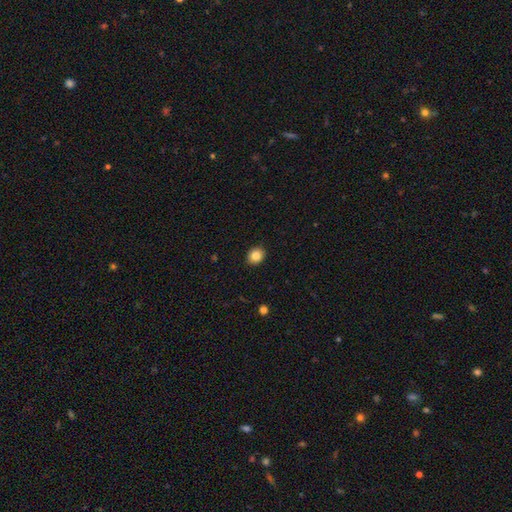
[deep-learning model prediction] Overall: smooth (84%). How rounded: round (71%). Merging: none (91%).